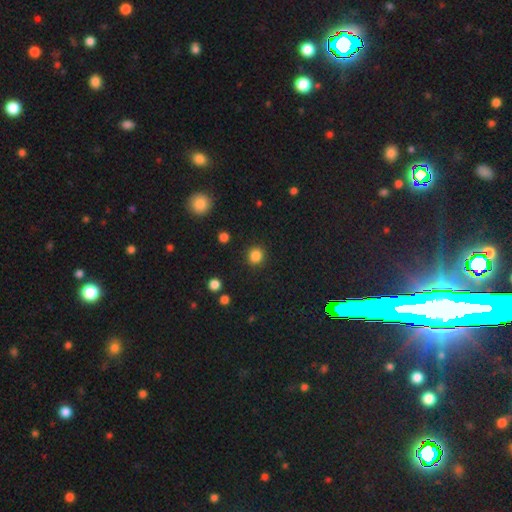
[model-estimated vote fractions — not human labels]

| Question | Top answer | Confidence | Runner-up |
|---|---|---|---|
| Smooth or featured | smooth | 85% | star or artifact (12%) |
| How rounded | round | 88% | in between (11%) |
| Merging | none | 90% | minor disturbance (6%) |